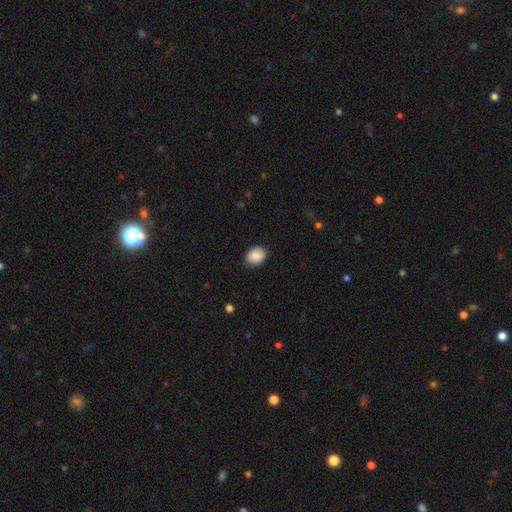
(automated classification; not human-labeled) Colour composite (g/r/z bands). It shows a smooth galaxy with no disk features (89%) that is in between round and cigar-shaped (63%). Merging: none (87%).